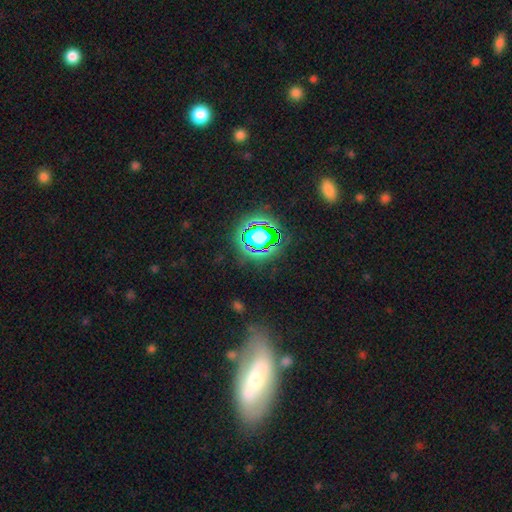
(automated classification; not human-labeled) Overall: star or artifact (63%).